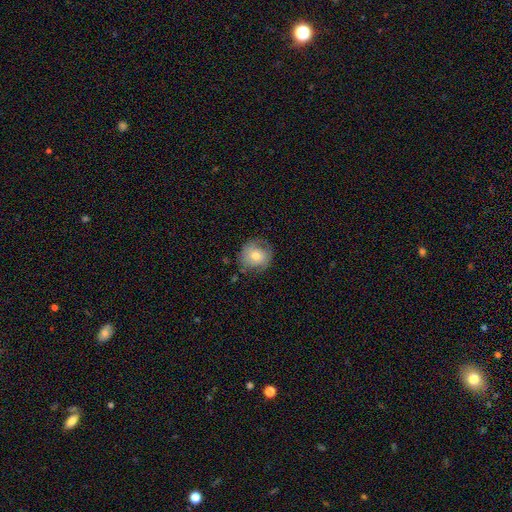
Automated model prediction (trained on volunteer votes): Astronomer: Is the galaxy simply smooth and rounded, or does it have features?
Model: smooth — 65%.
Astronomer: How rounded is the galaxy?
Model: round — 84%.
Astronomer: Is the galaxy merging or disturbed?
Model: none — 70%.